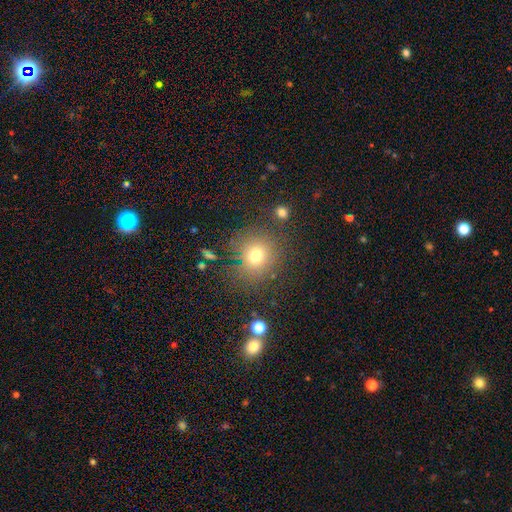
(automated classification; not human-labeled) Smooth or featured? smooth (72%)
How rounded? round (82%)
Merging? none (79%)